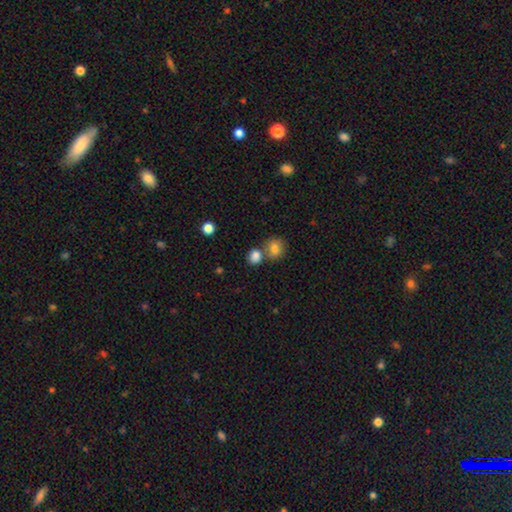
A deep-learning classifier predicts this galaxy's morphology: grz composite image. It shows a smooth galaxy with no disk features (82%) that is round (71%). Merging: none (54%).